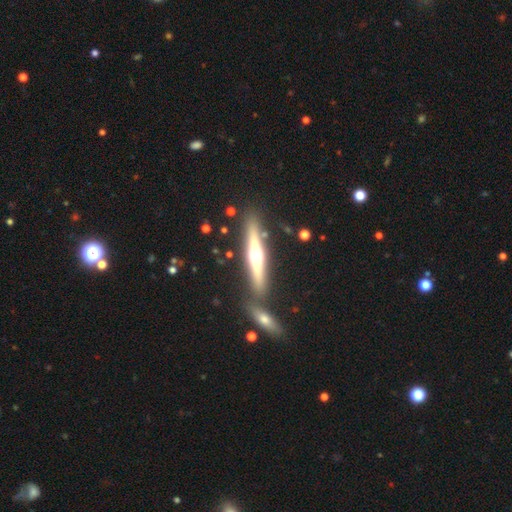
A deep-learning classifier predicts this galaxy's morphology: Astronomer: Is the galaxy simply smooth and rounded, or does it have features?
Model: featured or disk — 66%.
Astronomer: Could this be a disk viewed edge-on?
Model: yes — 95%.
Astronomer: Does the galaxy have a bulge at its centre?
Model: rounded — 90%.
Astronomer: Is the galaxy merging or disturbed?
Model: none — 78%.